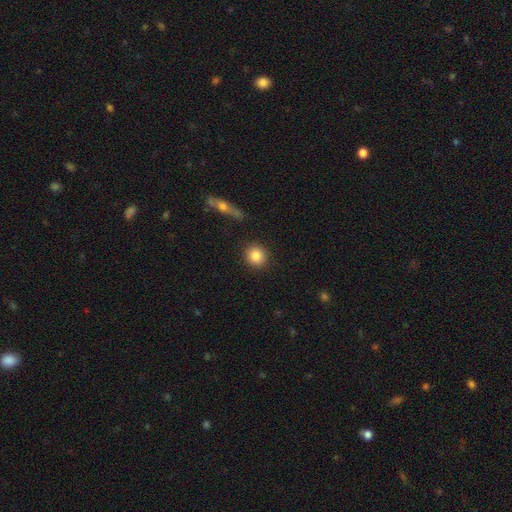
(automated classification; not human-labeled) A smooth galaxy with no disk features (84%) that is round (90%). Merging: none (90%).